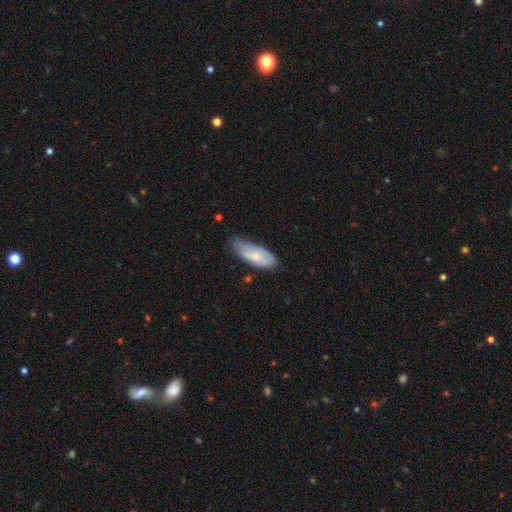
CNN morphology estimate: type=smooth (64%); roundness=in between (81%); merging=minor disturbance (45%).